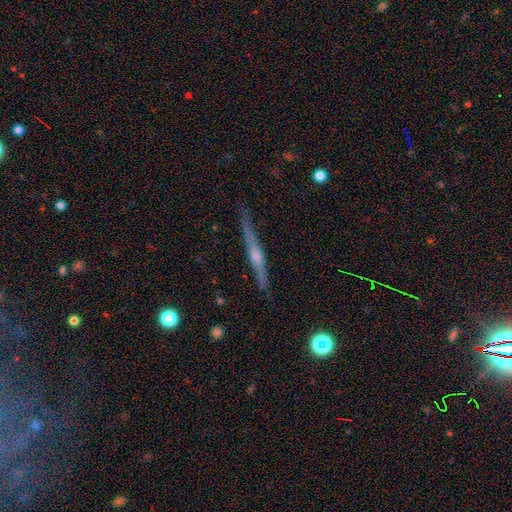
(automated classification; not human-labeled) Smooth or featured? featured or disk (78%)
Edge-on disk? yes (98%)
Edge-on bulge? rounded (77%)
Merging? none (86%)